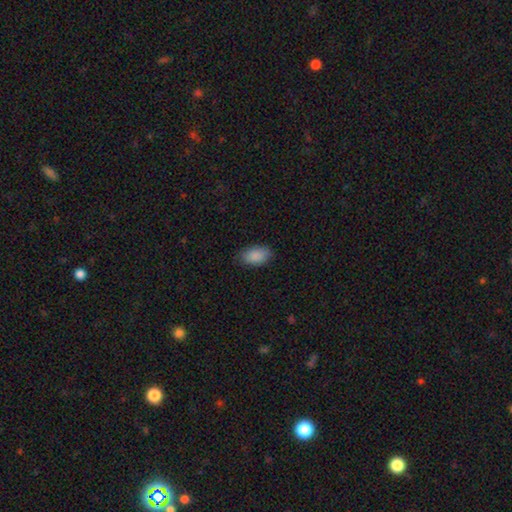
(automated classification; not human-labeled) smooth_or_featured: smooth (p=0.89) [alt: star or artifact p=0.07]
how_rounded: in between (p=0.93) [alt: round p=0.06]
merging: none (p=0.82) [alt: minor disturbance p=0.14]